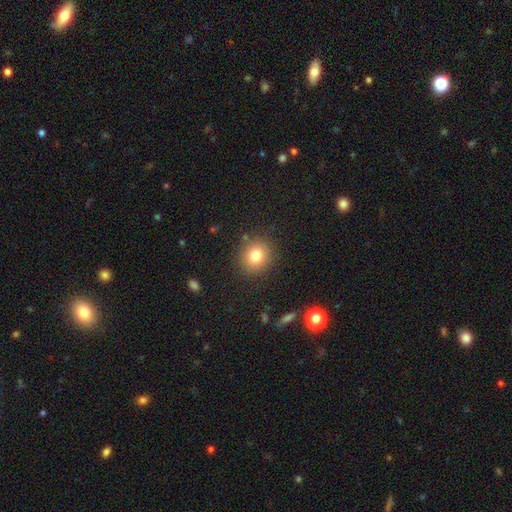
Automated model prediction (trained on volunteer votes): smooth_or_featured: smooth (p=0.79) [alt: star or artifact p=0.12]
how_rounded: round (p=0.85) [alt: in between p=0.14]
merging: none (p=0.87) [alt: minor disturbance p=0.08]